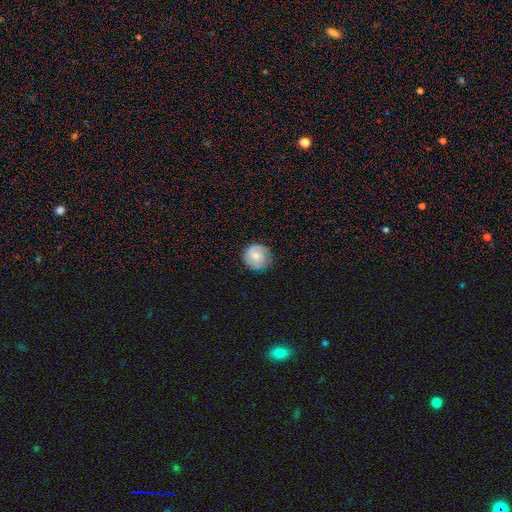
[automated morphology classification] Overall: smooth (57%; featured or disk 35%). How rounded: round (91%). Merging: none (78%).